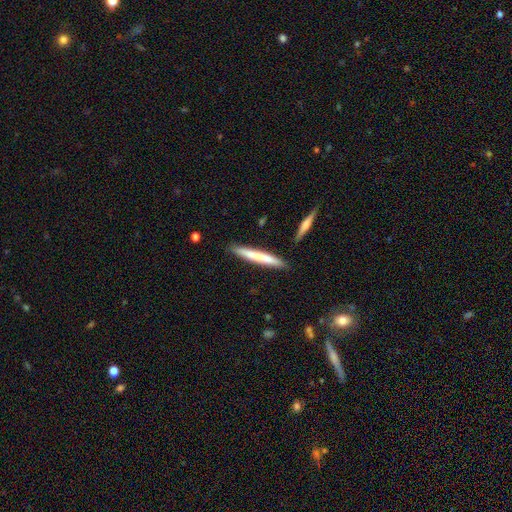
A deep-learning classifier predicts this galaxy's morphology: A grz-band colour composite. It shows a smooth galaxy with no disk features (65%) that is cigar-shaped (95%). Merging: none (86%).